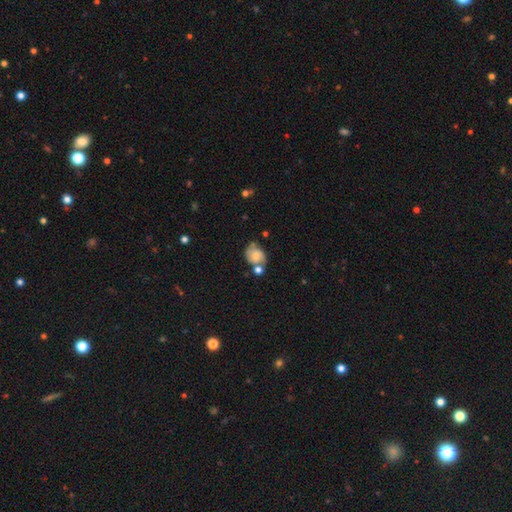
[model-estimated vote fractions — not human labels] featured or disk 49%, smooth 42%, star or artifact 9%. Down the decision tree: merging — none (45%).